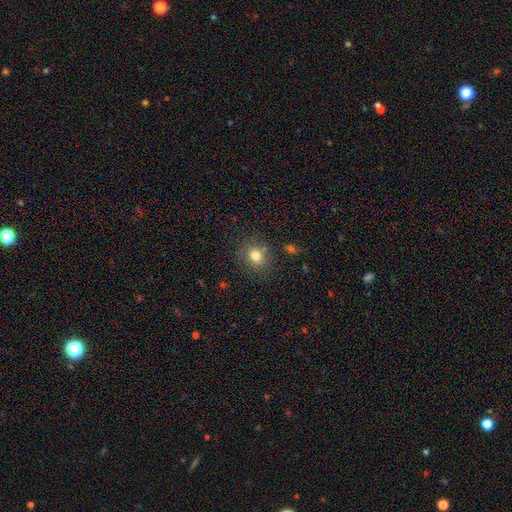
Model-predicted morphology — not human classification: Smooth or featured?
  - smooth: 78% *
  - star or artifact: 12%
  - featured or disk: 10%
How rounded?
  - round: 65% *
  - in between: 34%
  - cigar-shaped: 1%
Merging?
  - none: 77% *
  - minor disturbance: 13%
  - merger: 5%
  - major disturbance: 4%